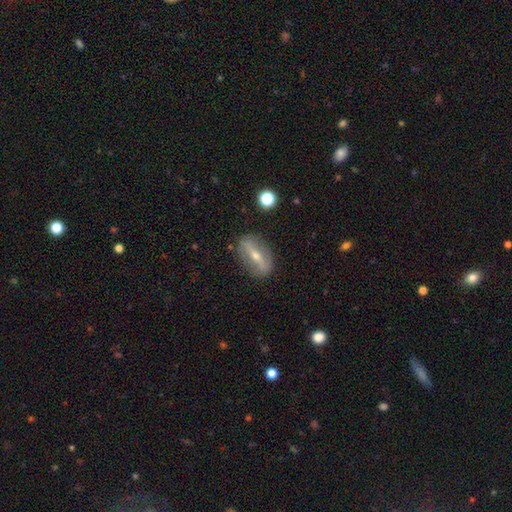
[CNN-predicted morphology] This is likely a featured or disk galaxy (69%). It is likely not viewed edge-on (66%). Merging: clearly none (85%).